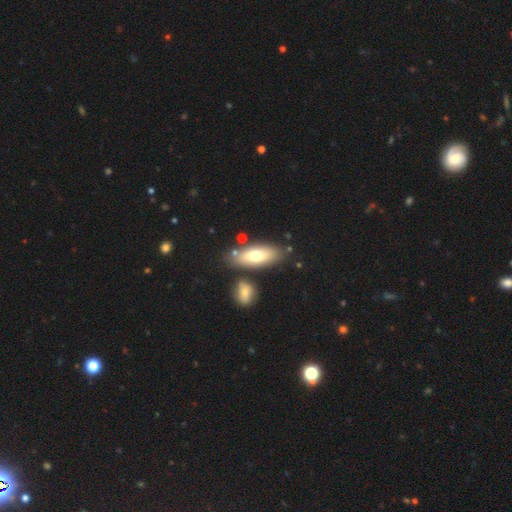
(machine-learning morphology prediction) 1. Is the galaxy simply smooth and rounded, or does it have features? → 66% smooth, 27% featured or disk, 7% star or artifact.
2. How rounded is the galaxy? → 76% in between, 21% cigar-shaped, 3% round.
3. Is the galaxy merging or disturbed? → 76% none, 11% minor disturbance, 10% merger, 3% major disturbance.